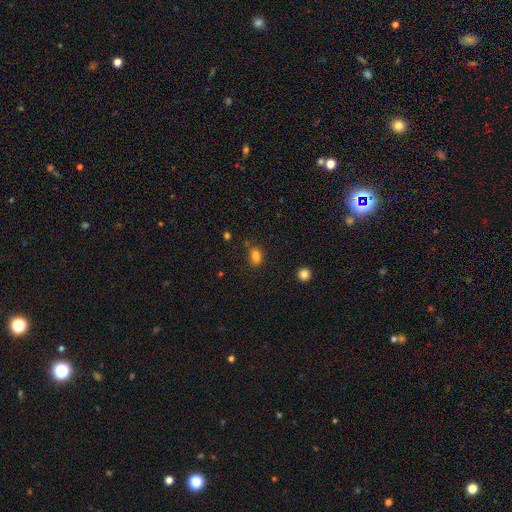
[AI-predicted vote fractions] A smooth galaxy with no disk features (82%) that is in between round and cigar-shaped (72%).

Vote fractions:
- Smooth or featured? smooth: 82% / star or artifact: 12% / featured or disk: 6%
- How rounded? in between: 72% / round: 26% / cigar-shaped: 2%
- Merging? none: 69% / minor disturbance: 20% / merger: 6% / major disturbance: 5%